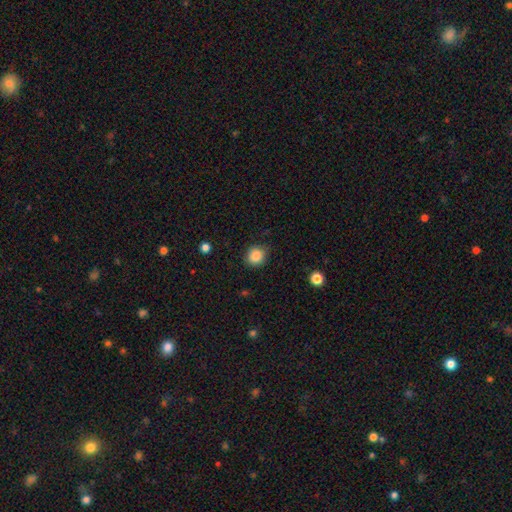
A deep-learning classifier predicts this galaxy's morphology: This appears to be a smooth galaxy with no disk features (86%) that is round (85%). Merging: none (83%).